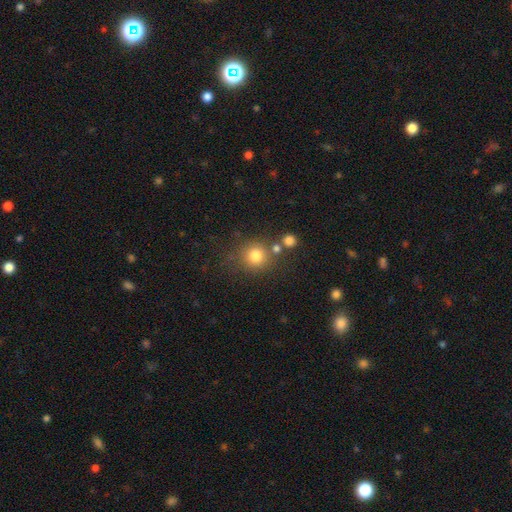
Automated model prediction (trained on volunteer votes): Smooth or featured: smooth — 80% (star or artifact — 13%)
How rounded: round — 90% (in between — 9%)
Merging: none — 73% (merger — 12%)